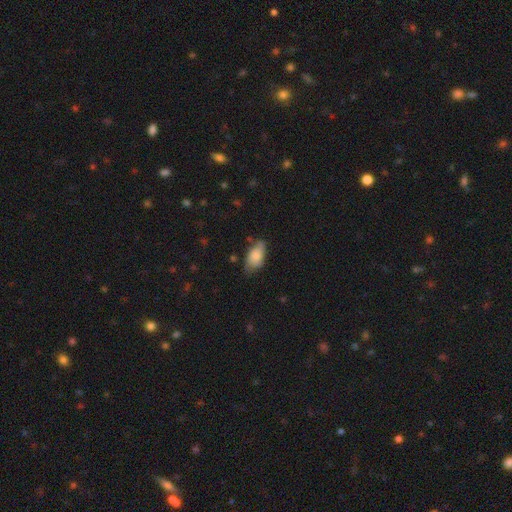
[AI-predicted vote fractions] Q: Smooth or featured?
A: smooth (76%); runner-up: featured or disk (17%)
Q: How rounded?
A: in between (91%); runner-up: cigar-shaped (5%)
Q: Merging?
A: none (55%); runner-up: minor disturbance (34%)